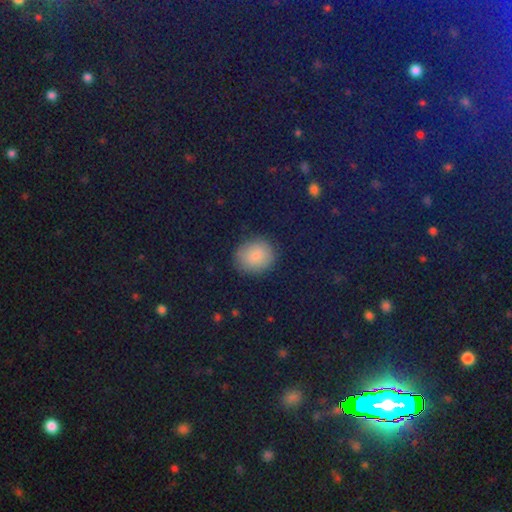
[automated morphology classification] smooth-or-featured: smooth: 73% | star or artifact: 17% | featured or disk: 10%
  how-rounded: round: 74% | in between: 25% | cigar-shaped: 1%
  merging: none: 87% | minor disturbance: 9% | major disturbance: 3% | merger: 1%